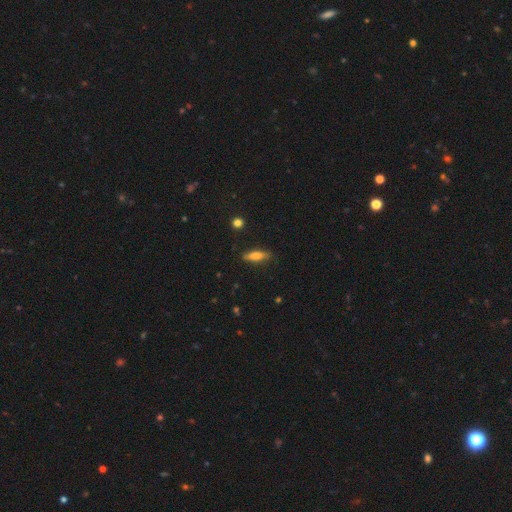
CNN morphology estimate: smooth 69%, featured or disk 24%, star or artifact 7%. Down the decision tree: how rounded — cigar-shaped (59%); merging — none (82%).